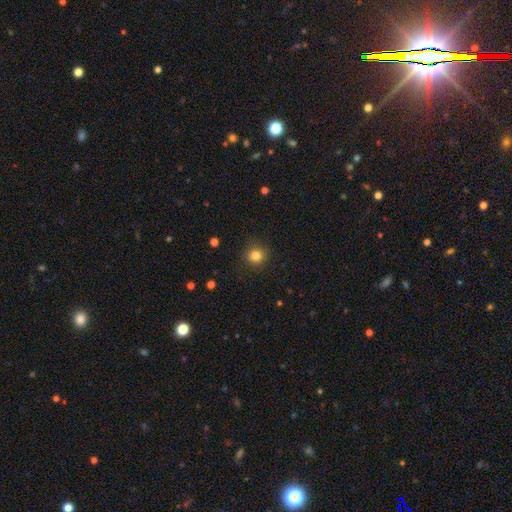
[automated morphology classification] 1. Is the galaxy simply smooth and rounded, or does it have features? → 83% smooth, 12% star or artifact, 5% featured or disk.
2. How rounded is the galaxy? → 90% round, 9% in between, 1% cigar-shaped.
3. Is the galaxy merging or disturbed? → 88% none, 8% minor disturbance, 3% major disturbance, 1% merger.